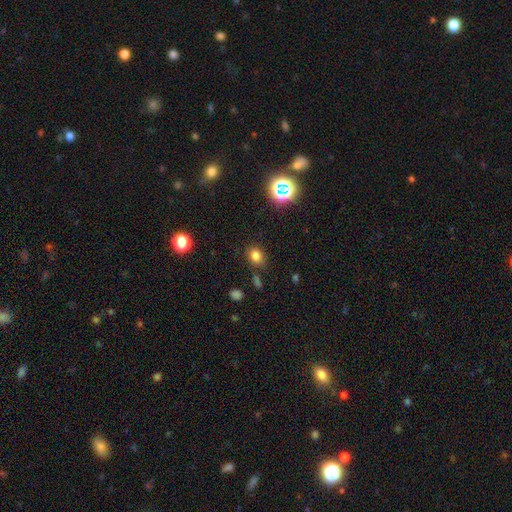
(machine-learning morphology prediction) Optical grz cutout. It shows a smooth galaxy with no disk features (76%) that is round (55%). Merging: none (79%).